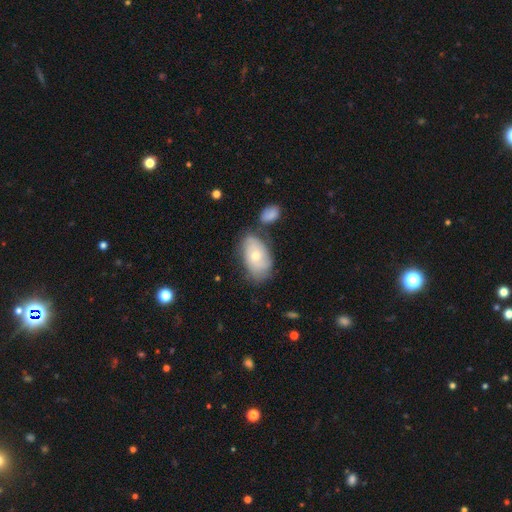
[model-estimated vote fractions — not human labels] featured or disk 47%, smooth 46%, star or artifact 6%. Down the decision tree: merging — none (58%).